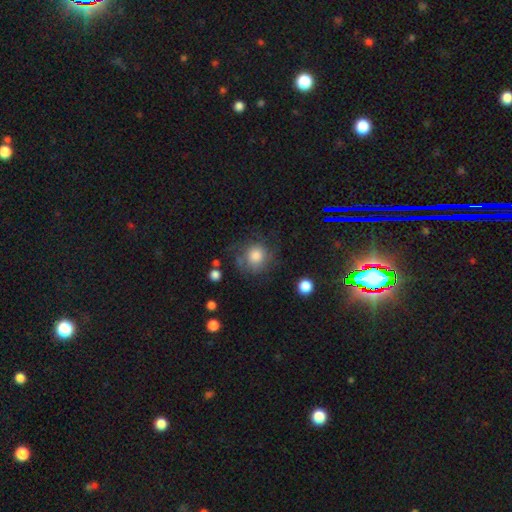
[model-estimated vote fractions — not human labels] Overall: smooth (67%). How rounded: round (88%). Merging: none (64%).